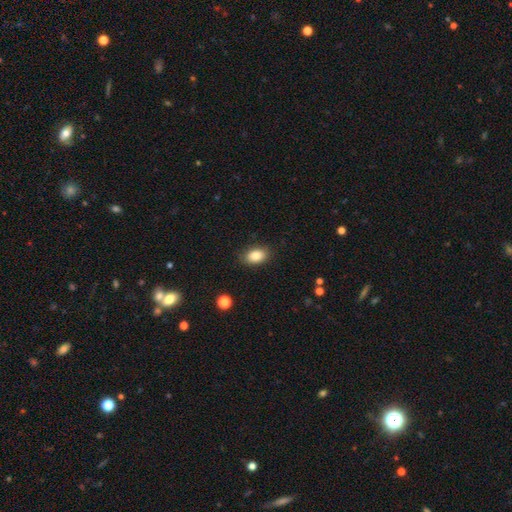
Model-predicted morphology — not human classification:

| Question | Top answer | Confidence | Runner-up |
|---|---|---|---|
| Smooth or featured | smooth | 86% | star or artifact (8%) |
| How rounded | in between | 87% | round (11%) |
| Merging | none | 86% | minor disturbance (10%) |